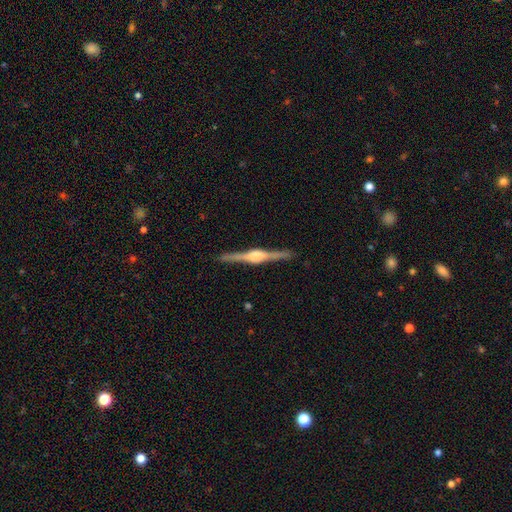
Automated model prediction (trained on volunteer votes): featured or disk 87%, smooth 8%, star or artifact 5%. Down the decision tree: edge-on disk — yes (99%); edge-on bulge — rounded (85%); merging — none (92%).